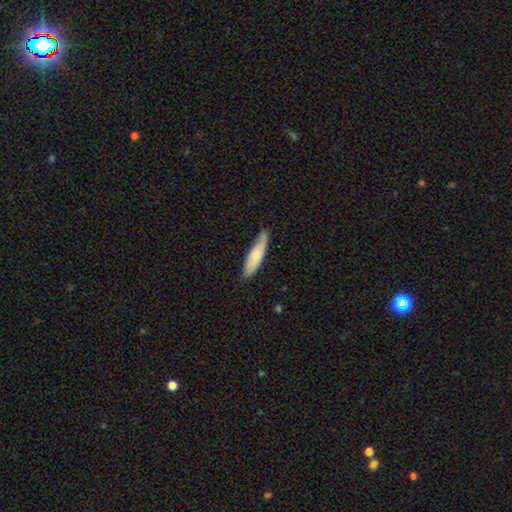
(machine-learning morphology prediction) A smooth galaxy with no disk features (73%) that is cigar-shaped (64%). Merging: none (70%).